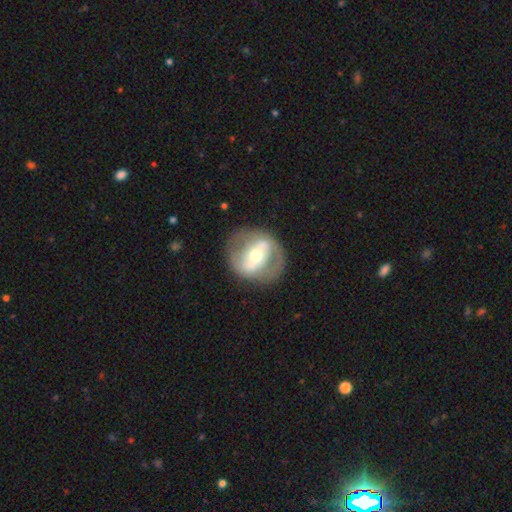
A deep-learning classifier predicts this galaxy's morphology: Smooth or featured? Predicted: featured or disk (p=0.70). Edge-on disk? Predicted: no (p=0.95). Bar? Predicted: strong (p=0.39). Spiral arms? Predicted: yes (p=0.50, tied with no). Bulge size? Predicted: moderate (p=0.64). Merging? Predicted: none (p=0.76).